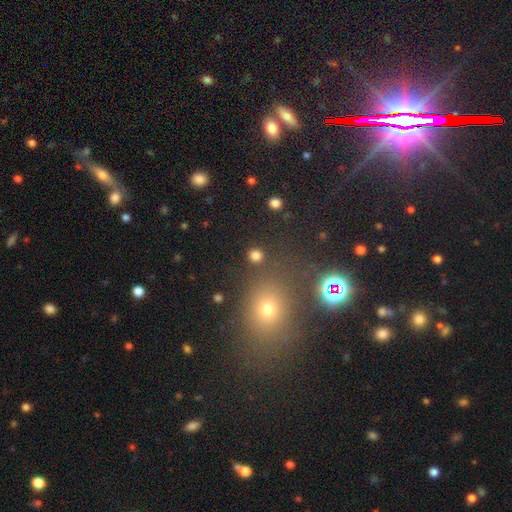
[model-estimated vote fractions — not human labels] smooth 80%, star or artifact 16%, featured or disk 4%. Down the decision tree: how rounded — round (90%); merging — none (88%).